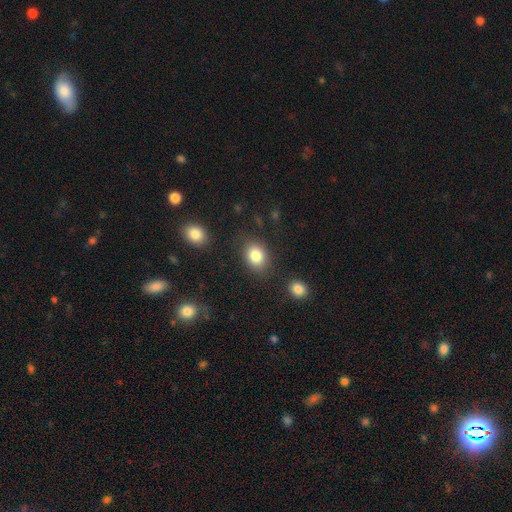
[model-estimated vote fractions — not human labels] Smooth or featured?
  - smooth: 84% *
  - star or artifact: 9%
  - featured or disk: 7%
How rounded?
  - in between: 53% *
  - round: 46%
  - cigar-shaped: 1%
Merging?
  - none: 80% *
  - minor disturbance: 12%
  - major disturbance: 4%
  - merger: 4%